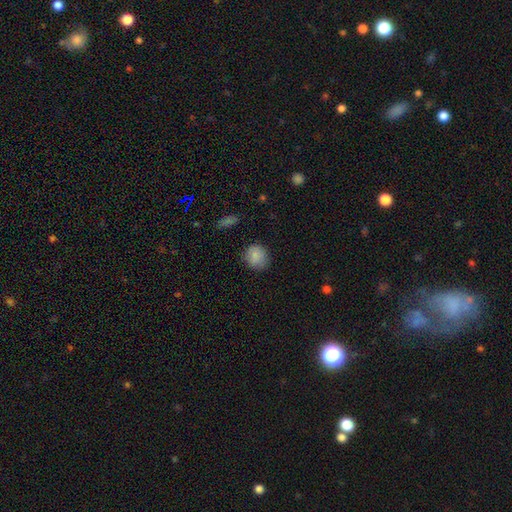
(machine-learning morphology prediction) Q: Smooth or featured?
A: smooth (86%); runner-up: star or artifact (8%)
Q: How rounded?
A: round (81%); runner-up: in between (18%)
Q: Merging?
A: none (83%); runner-up: minor disturbance (13%)